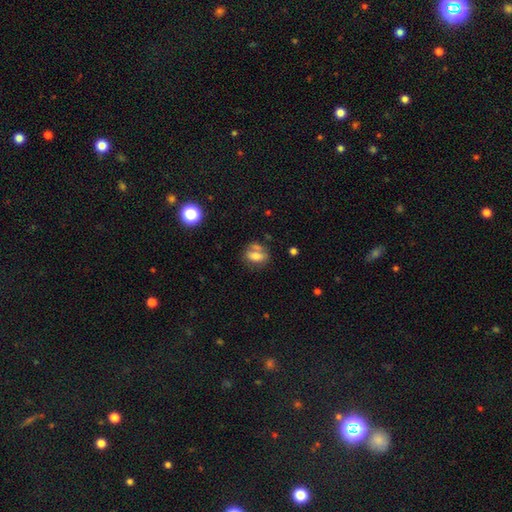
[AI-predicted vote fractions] smooth-or-featured: smooth: 69% | featured or disk: 20% | star or artifact: 11%
  how-rounded: in between: 73% | round: 20% | cigar-shaped: 7%
  merging: none: 49% | merger: 22% | minor disturbance: 19% | major disturbance: 9%